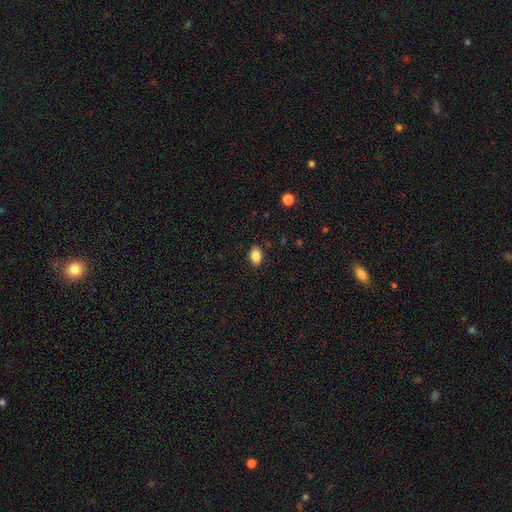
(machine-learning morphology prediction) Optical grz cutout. It shows a smooth galaxy with no disk features (85%) that is in between round and cigar-shaped (84%). Merging: none (89%).